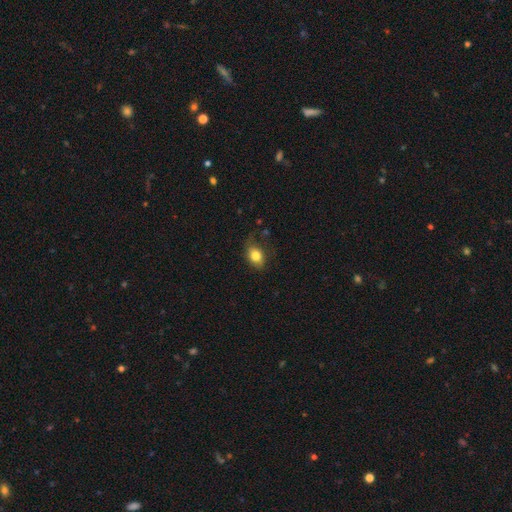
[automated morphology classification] A smooth galaxy with no disk features (81%) that is in between round and cigar-shaped (73%).

Vote fractions:
- Smooth or featured? smooth: 81% / featured or disk: 10% / star or artifact: 9%
- How rounded? in between: 73% / round: 25% / cigar-shaped: 2%
- Merging? none: 64% / minor disturbance: 25% / major disturbance: 9% / merger: 2%